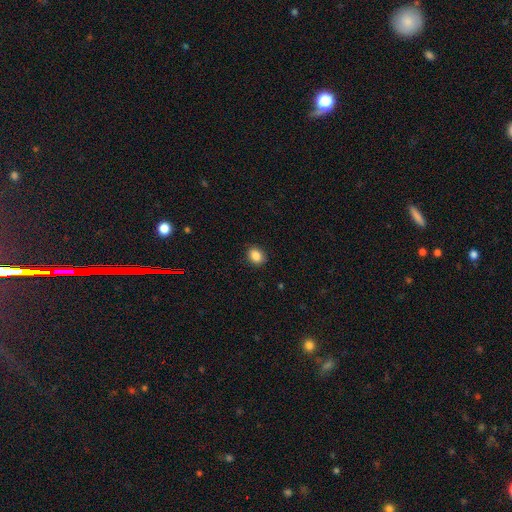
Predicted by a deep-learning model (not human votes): This appears to be a smooth galaxy with no disk features (87%) that is in between round and cigar-shaped (61%). Merging: none (88%).